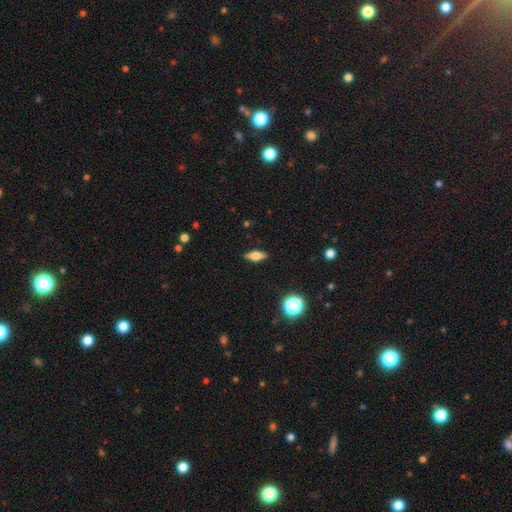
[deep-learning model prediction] Smooth or featured: smooth — 53% (featured or disk — 38%)
How rounded: in between — 66% (cigar-shaped — 29%)
Merging: none — 88% (minor disturbance — 9%)